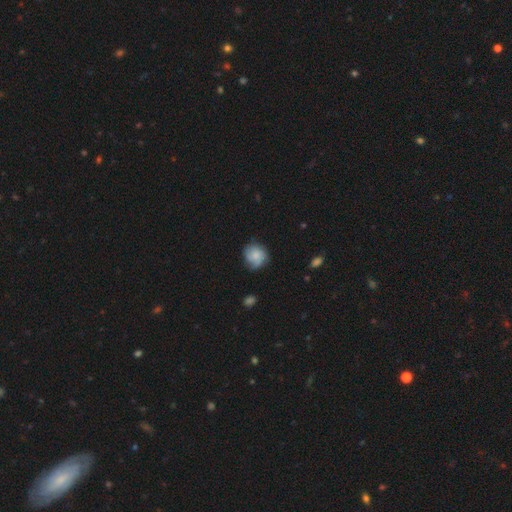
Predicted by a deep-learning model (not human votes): Overall: smooth (60%; featured or disk 32%). How rounded: round (79%). Merging: none (67%).